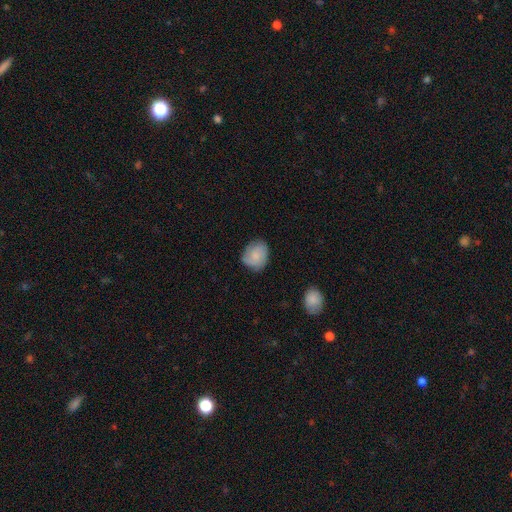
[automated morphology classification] Smooth or featured?
  - smooth: 70% *
  - featured or disk: 23%
  - star or artifact: 7%
How rounded?
  - round: 56% *
  - in between: 43%
  - cigar-shaped: 1%
Merging?
  - none: 73% *
  - minor disturbance: 21%
  - major disturbance: 5%
  - merger: 1%